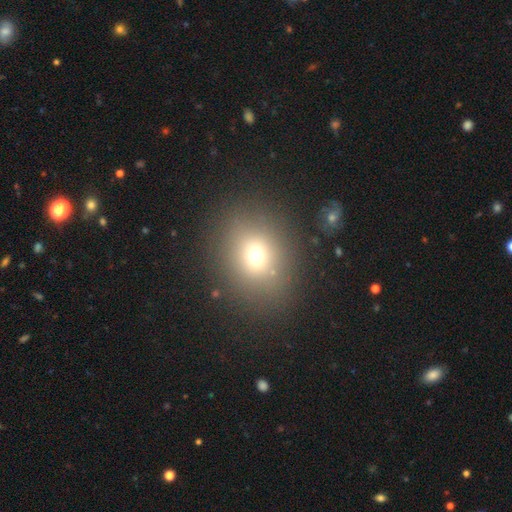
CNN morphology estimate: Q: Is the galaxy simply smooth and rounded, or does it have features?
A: smooth — 69%.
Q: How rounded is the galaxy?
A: round — 64%.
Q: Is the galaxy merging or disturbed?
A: none — 83%.